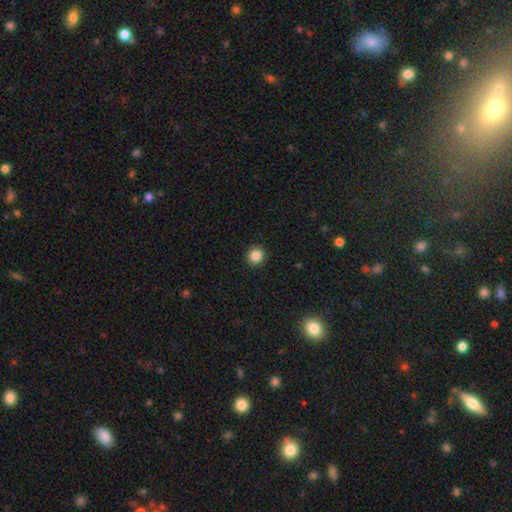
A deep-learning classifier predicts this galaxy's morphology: Smooth or featured: smooth — 86% (star or artifact — 11%)
How rounded: round — 93% (in between — 6%)
Merging: none — 93% (minor disturbance — 5%)